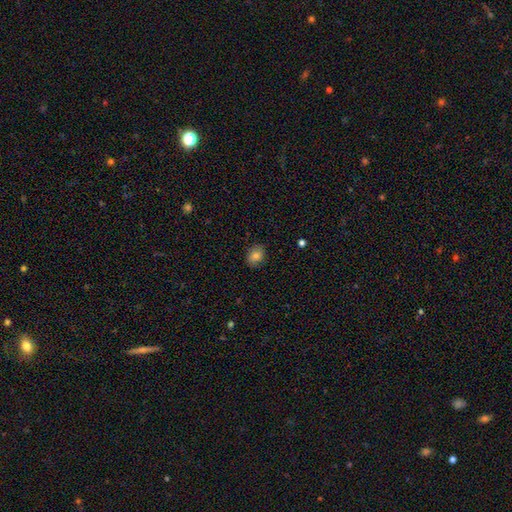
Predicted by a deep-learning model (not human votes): This appears to be a smooth galaxy with no disk features (82%) that is in between round and cigar-shaped (55%). Merging: none (87%).